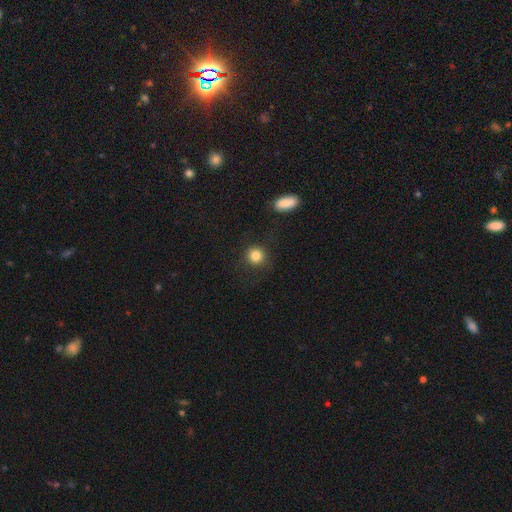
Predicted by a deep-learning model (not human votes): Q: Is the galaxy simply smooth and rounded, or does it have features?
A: smooth — 84%.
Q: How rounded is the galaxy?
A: round — 90%.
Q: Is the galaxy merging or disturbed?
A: none — 87%.